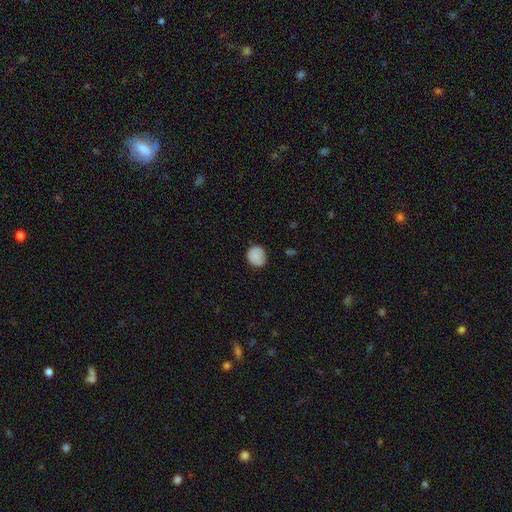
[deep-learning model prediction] This appears to be a smooth galaxy with no disk features (85%) that is round (82%). Merging: none (80%).